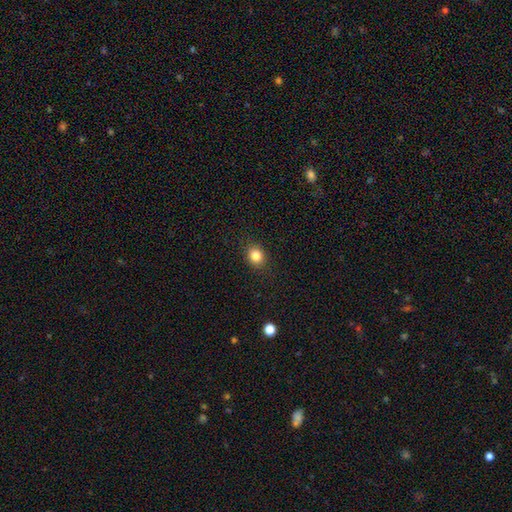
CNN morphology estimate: A smooth galaxy with no disk features (83%) that is round (68%). Merging: none (89%).